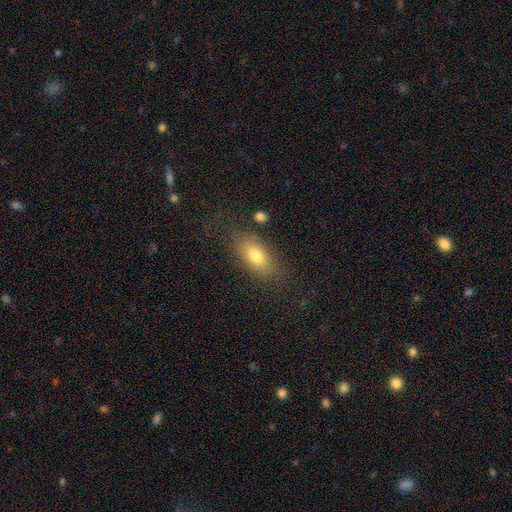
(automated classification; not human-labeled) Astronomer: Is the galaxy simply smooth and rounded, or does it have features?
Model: smooth — 78%.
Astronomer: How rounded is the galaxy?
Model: in between — 85%.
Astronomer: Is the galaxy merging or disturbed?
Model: none — 75%.